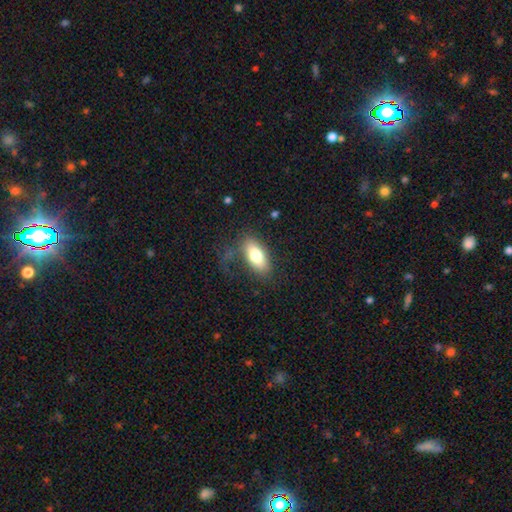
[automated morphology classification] smooth 74%, featured or disk 20%, star or artifact 7%. Down the decision tree: how rounded — in between (88%); merging — none (65%).